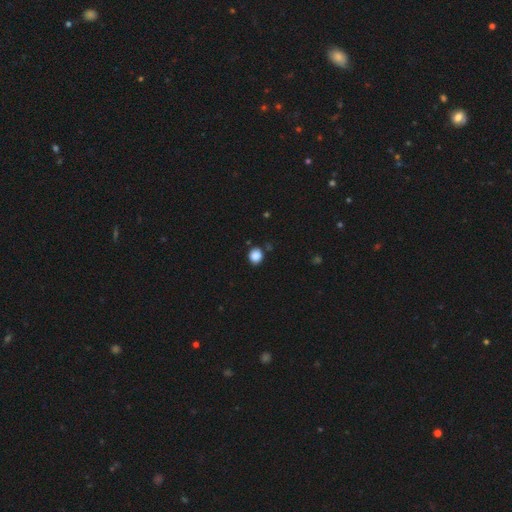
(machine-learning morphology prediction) Smooth or featured? smooth (87%)
How rounded? round (74%)
Merging? none (85%)